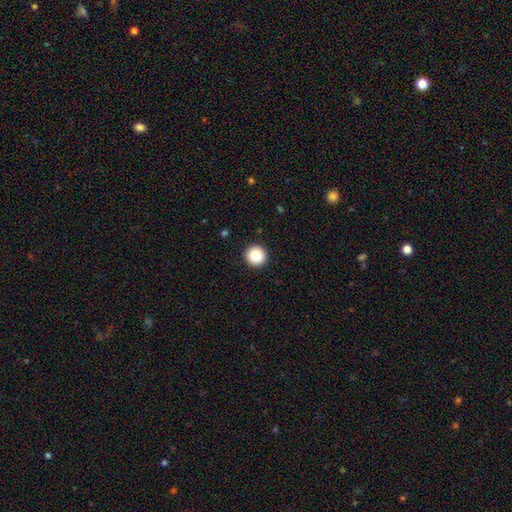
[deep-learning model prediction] This is clearly a smooth galaxy (88%). How rounded: clearly round (95%). Merging: clearly none (93%).